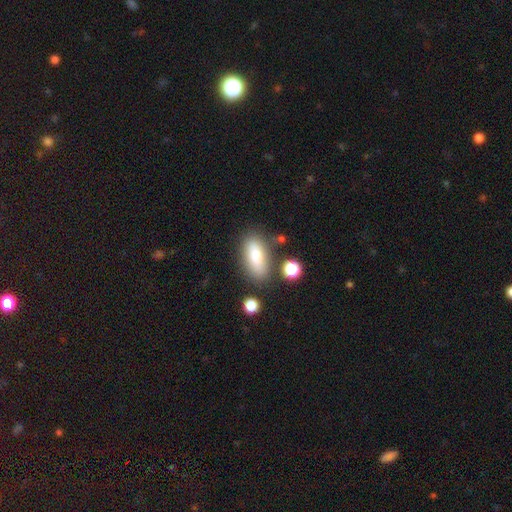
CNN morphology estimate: Smooth or featured: smooth — 79% (featured or disk — 13%)
How rounded: in between — 81% (cigar-shaped — 15%)
Merging: none — 73% (minor disturbance — 15%)